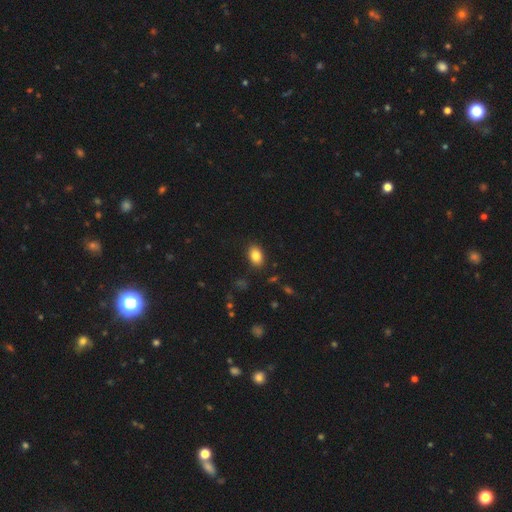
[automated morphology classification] Smooth or featured: smooth — 84% (star or artifact — 9%)
How rounded: in between — 81% (round — 17%)
Merging: none — 87% (minor disturbance — 9%)